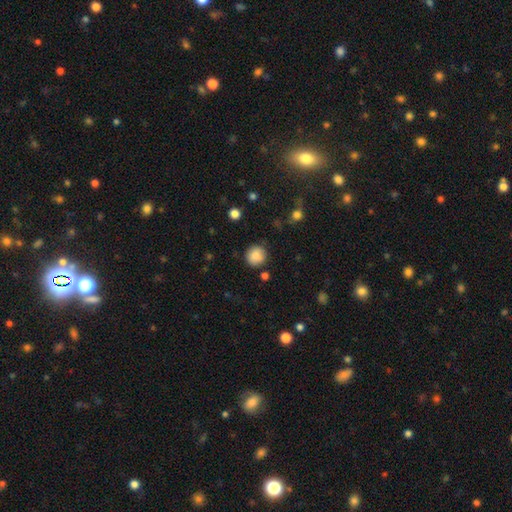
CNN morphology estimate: Smooth or featured: smooth — 86% (star or artifact — 9%)
How rounded: round — 90% (in between — 9%)
Merging: none — 84% (minor disturbance — 10%)